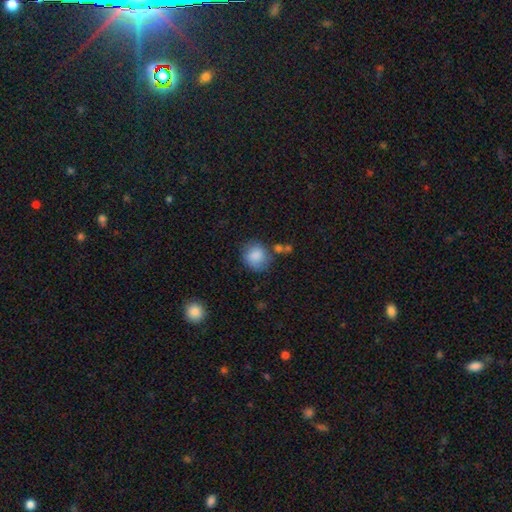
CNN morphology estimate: Q: Smooth or featured?
A: smooth (86%); runner-up: star or artifact (8%)
Q: How rounded?
A: round (81%); runner-up: in between (18%)
Q: Merging?
A: none (68%); runner-up: minor disturbance (19%)